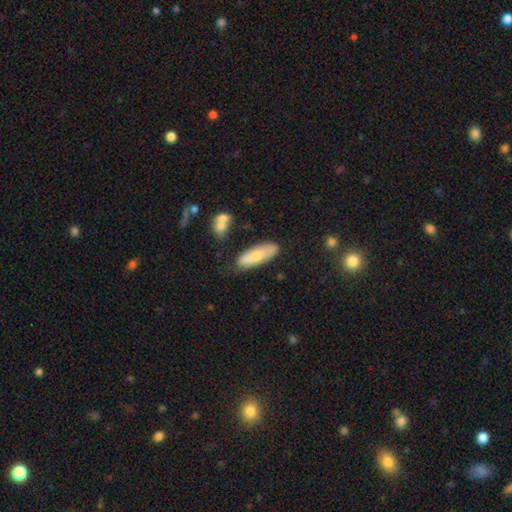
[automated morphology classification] A smooth galaxy with no disk features (69%) that is in between round and cigar-shaped (53%). Merging: none (75%).